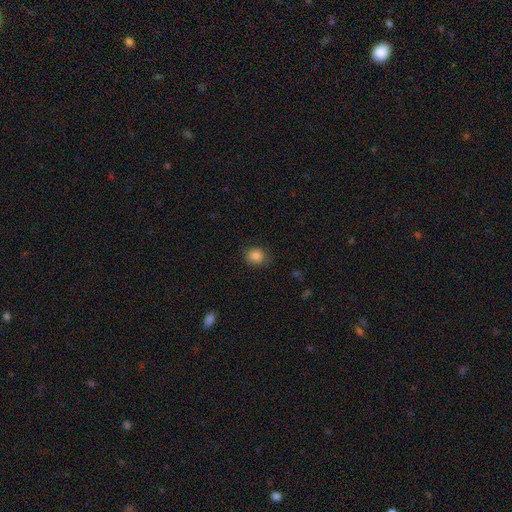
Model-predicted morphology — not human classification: smooth_or_featured: smooth (p=0.86) [alt: star or artifact p=0.10]
how_rounded: round (p=0.74) [alt: in between p=0.25]
merging: none (p=0.83) [alt: minor disturbance p=0.13]